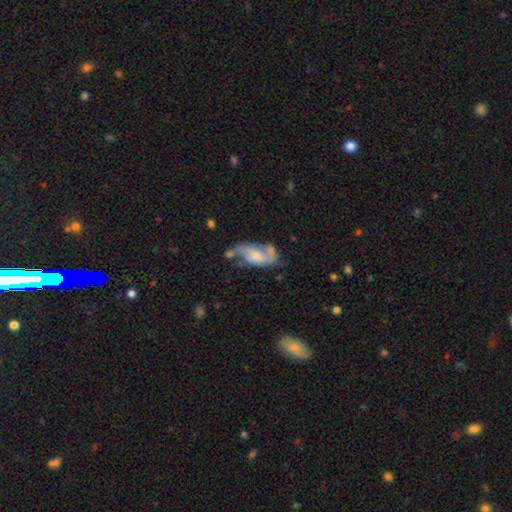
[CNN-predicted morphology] Smooth or featured? featured or disk (69%)
Edge-on disk? no (95%)
Bar? no (58%)
Spiral arms? yes (84%)
Spiral winding? medium (43%)
Spiral arm count? 2 (74%)
Bulge size? small (35%)
Merging? none (38%)